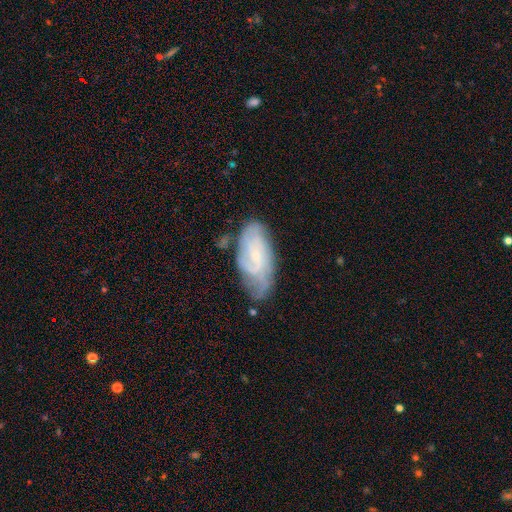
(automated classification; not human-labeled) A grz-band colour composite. It shows a featured or disk galaxy (73%) with no bar (62%), tight (53%) spiral arms (91%) and a small central bulge (75%). Merging: none (54%).